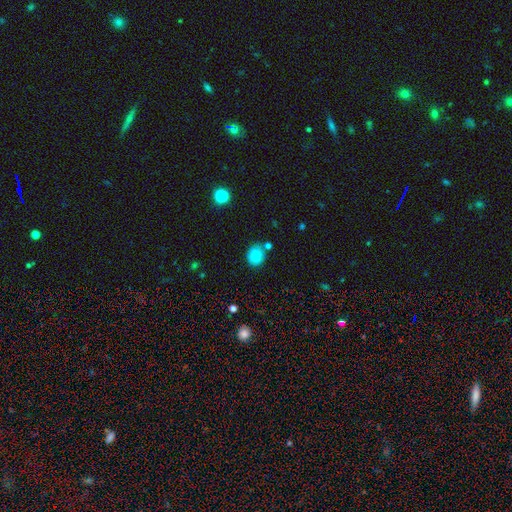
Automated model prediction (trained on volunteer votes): Q: Smooth or featured?
A: smooth (81%); runner-up: star or artifact (11%)
Q: How rounded?
A: round (67%); runner-up: in between (32%)
Q: Merging?
A: none (76%); runner-up: minor disturbance (13%)